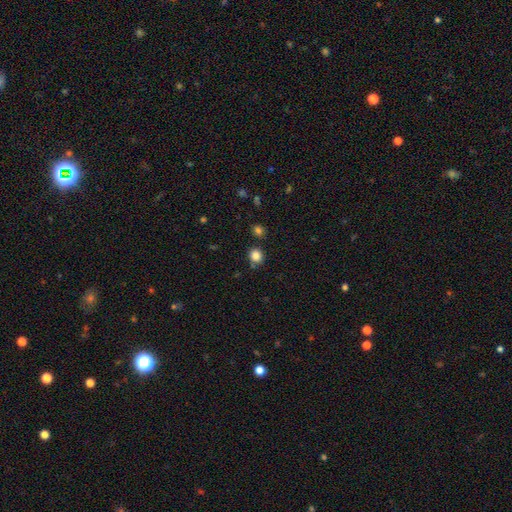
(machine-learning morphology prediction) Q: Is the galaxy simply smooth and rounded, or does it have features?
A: smooth — 84%.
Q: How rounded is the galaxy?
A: round — 83%.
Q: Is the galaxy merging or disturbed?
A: none — 81%.